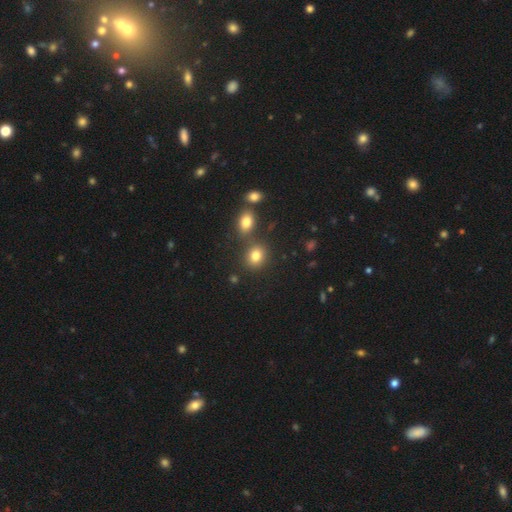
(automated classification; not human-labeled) A smooth galaxy with no disk features (80%) that is round (65%). Merging: none (67%).